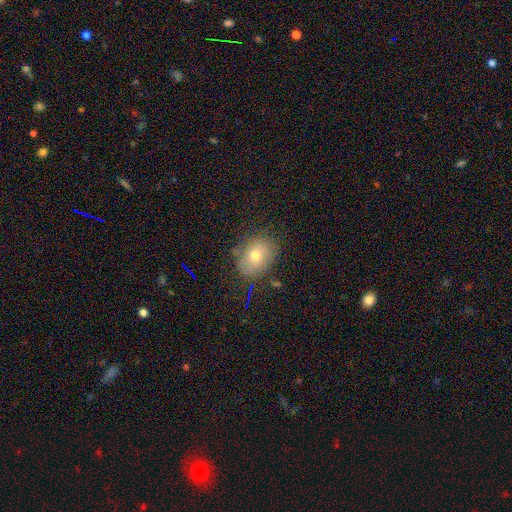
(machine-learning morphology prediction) Smooth or featured?
  - smooth: 70% *
  - featured or disk: 18%
  - star or artifact: 13%
How rounded?
  - in between: 56% *
  - round: 43%
  - cigar-shaped: 1%
Merging?
  - none: 78% *
  - minor disturbance: 15%
  - major disturbance: 4%
  - merger: 3%